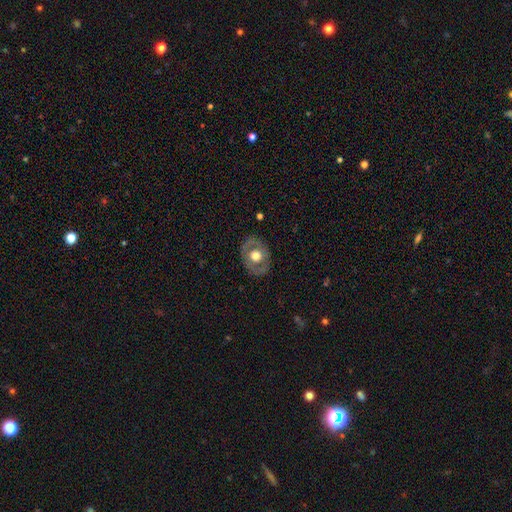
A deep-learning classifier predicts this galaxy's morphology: Smooth or featured? featured or disk (51%)
Edge-on disk? no (93%)
Merging? none (81%)